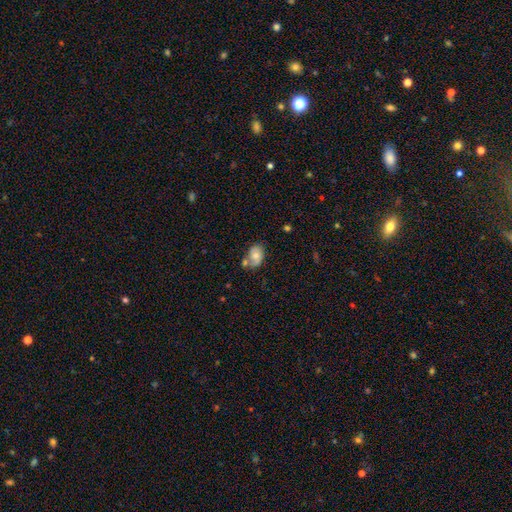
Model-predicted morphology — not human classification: A smooth galaxy with no disk features (63%) that is in between round and cigar-shaped (79%).

Vote fractions:
- Smooth or featured? smooth: 63% / featured or disk: 29% / star or artifact: 8%
- How rounded? in between: 79% / round: 20% / cigar-shaped: 1%
- Merging? none: 45% / merger: 25% / minor disturbance: 22% / major disturbance: 7%